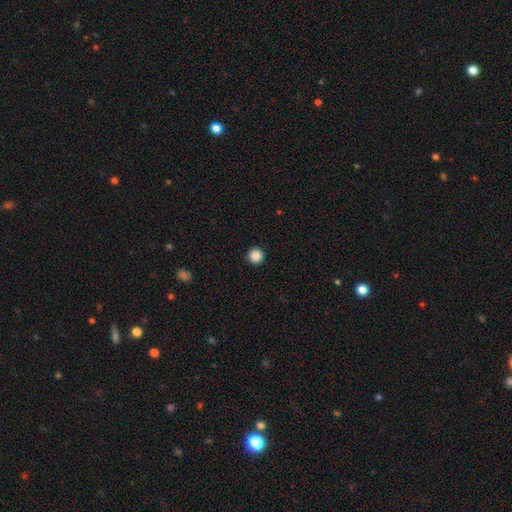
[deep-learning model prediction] Smooth or featured?
  - smooth: 87% *
  - star or artifact: 10%
  - featured or disk: 3%
How rounded?
  - round: 97% *
  - in between: 2%
  - cigar-shaped: 1%
Merging?
  - none: 94% *
  - minor disturbance: 4%
  - major disturbance: 1%
  - merger: 1%